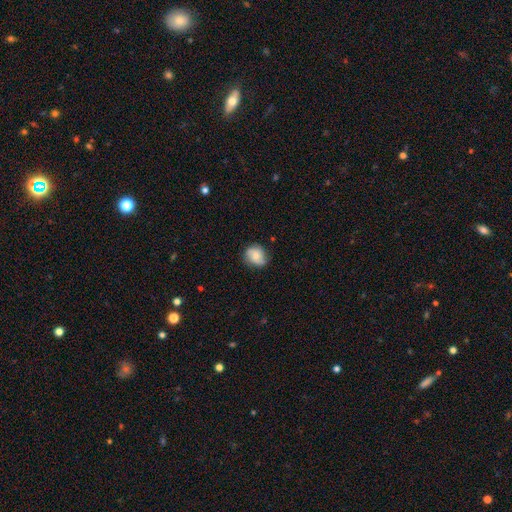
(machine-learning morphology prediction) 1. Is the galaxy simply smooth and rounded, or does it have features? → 65% smooth, 27% featured or disk, 8% star or artifact.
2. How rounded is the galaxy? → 72% round, 27% in between, 1% cigar-shaped.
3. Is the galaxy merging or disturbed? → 72% none, 22% minor disturbance, 4% major disturbance, 1% merger.